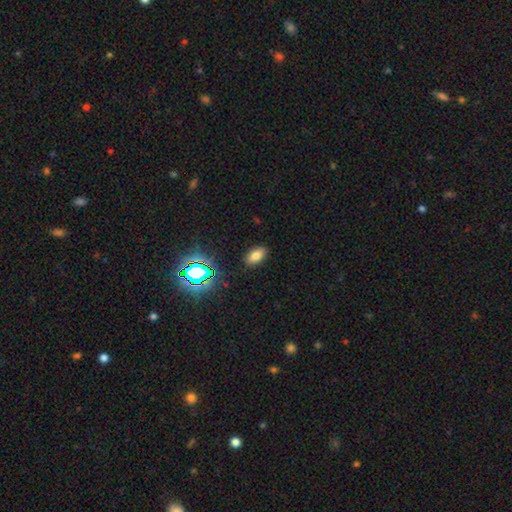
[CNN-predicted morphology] type=smooth (75%); roundness=in between (90%); merging=none (88%).